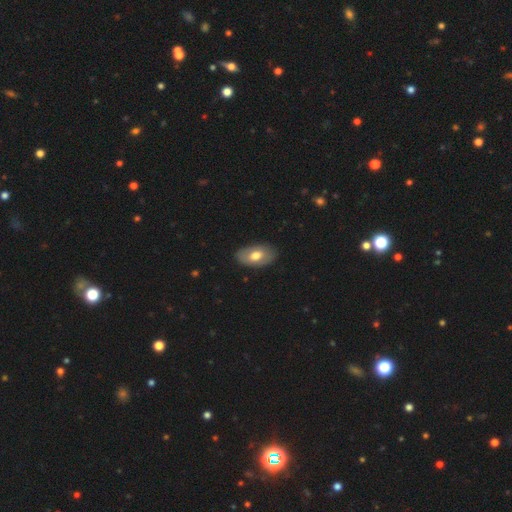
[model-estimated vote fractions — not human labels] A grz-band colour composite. It shows a smooth galaxy with no disk features (62%) that is in between round and cigar-shaped (92%). Merging: none (84%).